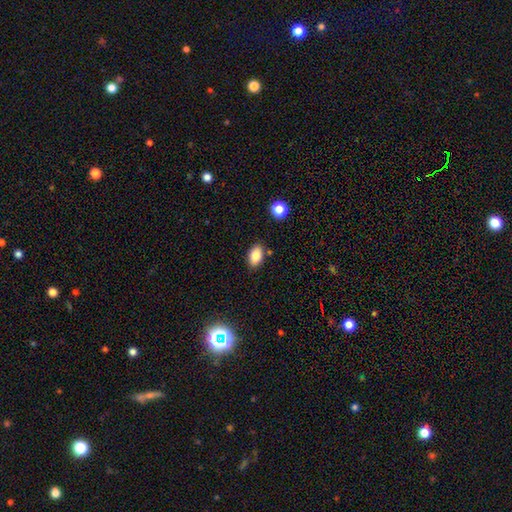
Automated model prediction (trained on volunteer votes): Smooth or featured?
  - smooth: 84% *
  - star or artifact: 9%
  - featured or disk: 7%
How rounded?
  - in between: 90% *
  - round: 8%
  - cigar-shaped: 2%
Merging?
  - none: 83% *
  - minor disturbance: 11%
  - merger: 4%
  - major disturbance: 2%